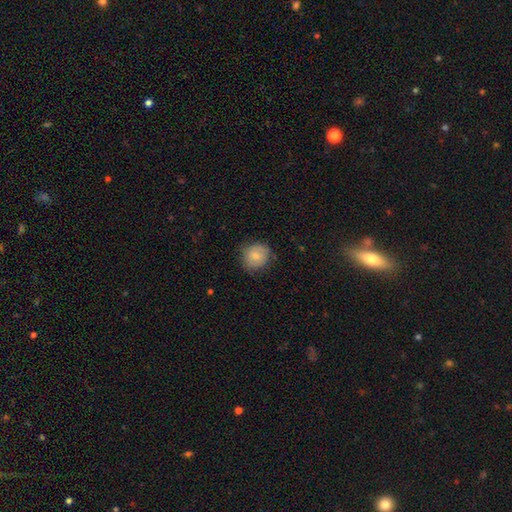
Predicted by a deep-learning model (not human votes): smooth_or_featured: smooth (p=0.77) [alt: featured or disk p=0.15]
how_rounded: round (p=0.81) [alt: in between p=0.18]
merging: none (p=0.75) [alt: minor disturbance p=0.20]